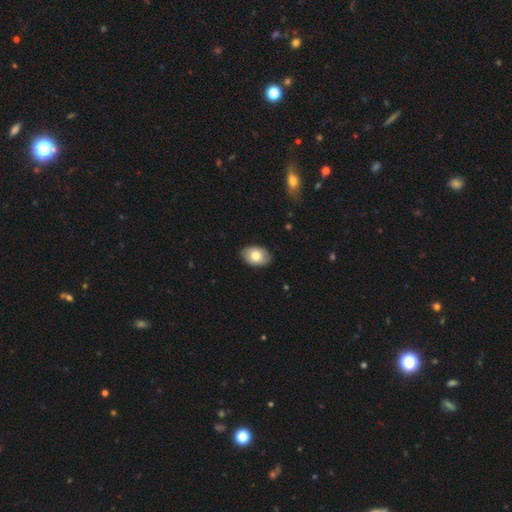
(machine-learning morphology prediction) Overall: smooth (78%). How rounded: in between (87%). Merging: none (86%).